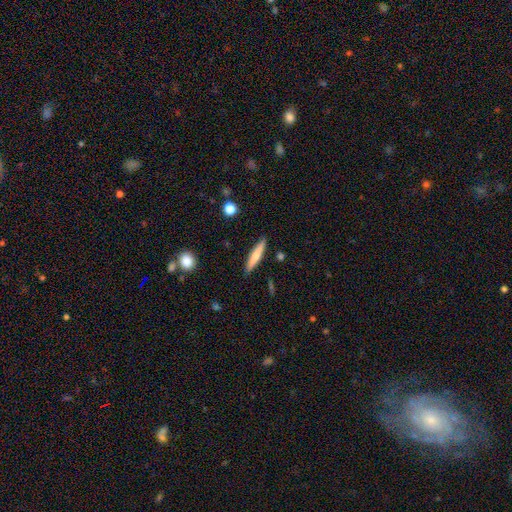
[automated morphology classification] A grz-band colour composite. It shows a smooth galaxy with no disk features (65%) that is cigar-shaped (90%). Merging: none (89%).